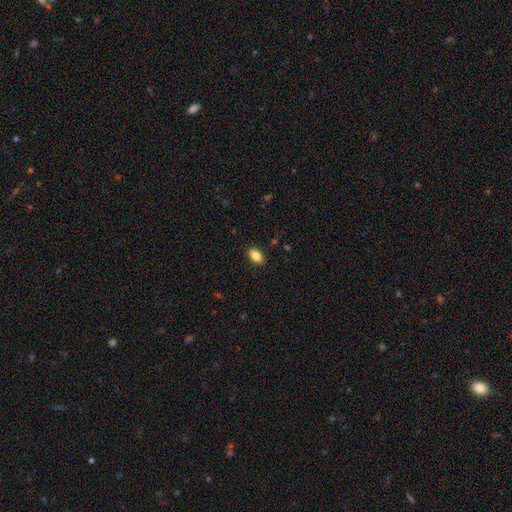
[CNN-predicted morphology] smooth_or_featured: smooth (p=0.85) [alt: star or artifact p=0.09]
how_rounded: in between (p=0.90) [alt: round p=0.07]
merging: none (p=0.89) [alt: minor disturbance p=0.08]